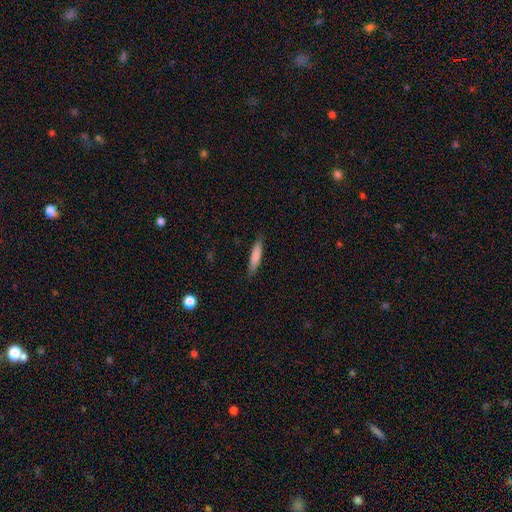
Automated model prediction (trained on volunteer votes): smooth_or_featured: smooth (p=0.80) [alt: featured or disk p=0.14]
how_rounded: cigar-shaped (p=0.85) [alt: in between p=0.13]
merging: none (p=0.86) [alt: minor disturbance p=0.11]